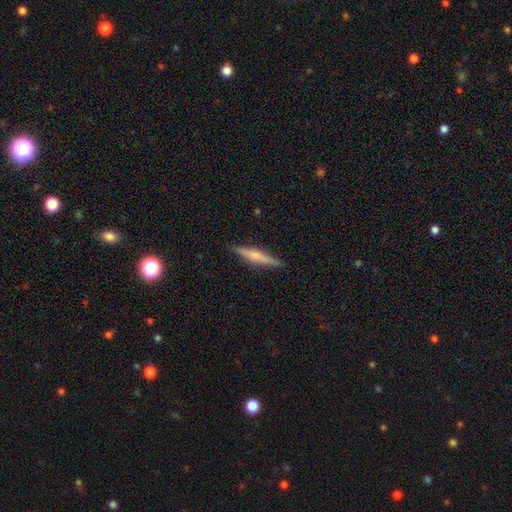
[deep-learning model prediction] Q: Smooth or featured?
A: featured or disk (47%); runner-up: smooth (46%)
Q: Merging?
A: none (89%); runner-up: minor disturbance (8%)